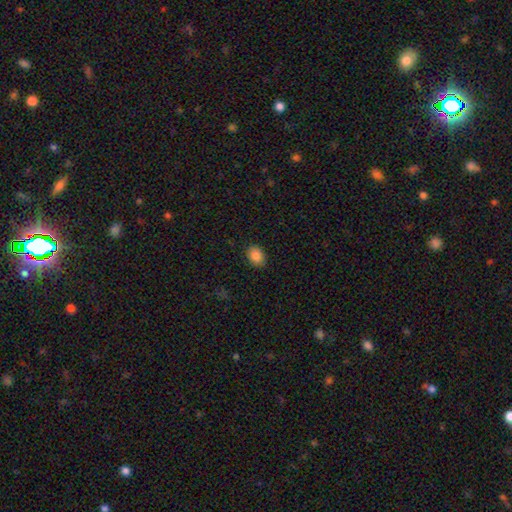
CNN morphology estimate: smooth_or_featured: smooth (p=0.87) [alt: star or artifact p=0.09]
how_rounded: in between (p=0.73) [alt: round p=0.26]
merging: none (p=0.88) [alt: minor disturbance p=0.09]